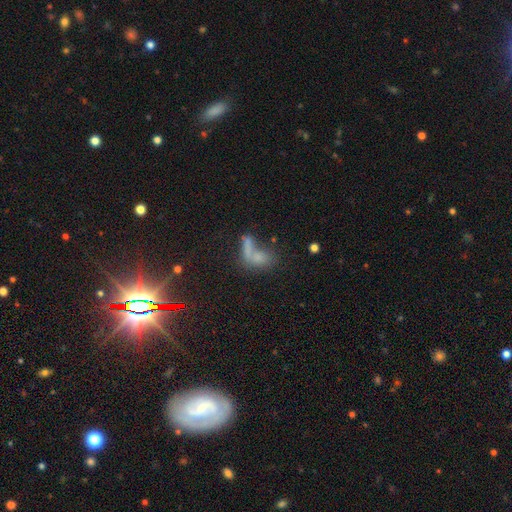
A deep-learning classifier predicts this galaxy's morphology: Smooth or featured?
  - smooth: 56% *
  - star or artifact: 24%
  - featured or disk: 20%
How rounded?
  - in between: 65% *
  - round: 20%
  - cigar-shaped: 15%
Merging?
  - merger: 46% *
  - none: 30%
  - major disturbance: 14%
  - minor disturbance: 11%